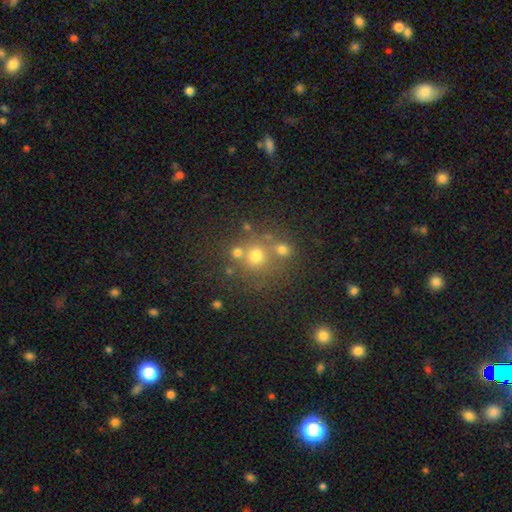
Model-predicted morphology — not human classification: Smooth or featured?
  - smooth: 65% *
  - star or artifact: 22%
  - featured or disk: 13%
How rounded?
  - round: 88% *
  - in between: 11%
  - cigar-shaped: 1%
Merging?
  - none: 61% *
  - merger: 25%
  - minor disturbance: 10%
  - major disturbance: 5%